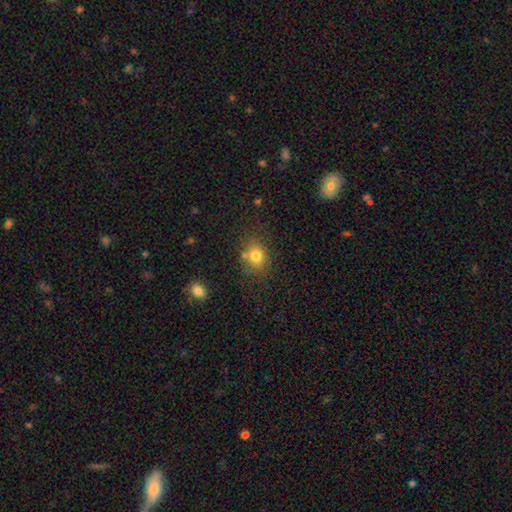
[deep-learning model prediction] smooth 78%, star or artifact 12%, featured or disk 10%. Down the decision tree: how rounded — round (53%); merging — none (71%).